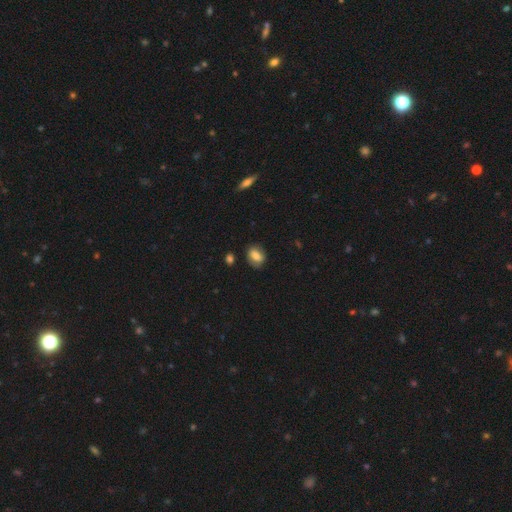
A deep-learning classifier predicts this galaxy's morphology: A smooth galaxy with no disk features (71%) that is in between round and cigar-shaped (67%).

Vote fractions:
- Smooth or featured? smooth: 71% / featured or disk: 20% / star or artifact: 9%
- How rounded? in between: 67% / round: 31% / cigar-shaped: 2%
- Merging? none: 78% / minor disturbance: 15% / major disturbance: 4% / merger: 2%